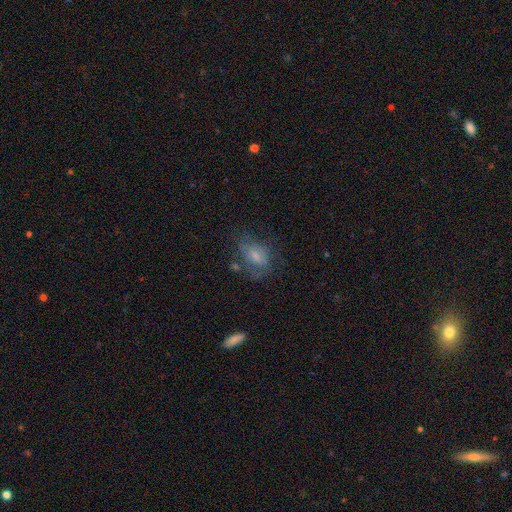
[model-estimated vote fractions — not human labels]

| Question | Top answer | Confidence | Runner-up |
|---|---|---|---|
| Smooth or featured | smooth | 52% | featured or disk (36%) |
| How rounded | in between | 72% | round (26%) |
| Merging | none | 46% | minor disturbance (25%) |